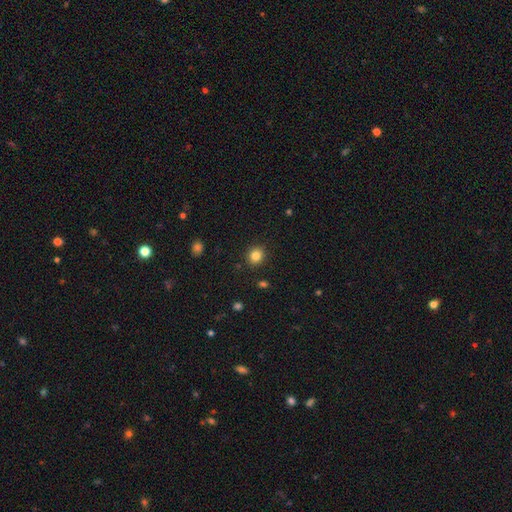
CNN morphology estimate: smooth_or_featured: smooth (p=0.83) [alt: star or artifact p=0.11]
how_rounded: round (p=0.79) [alt: in between p=0.20]
merging: none (p=0.90) [alt: minor disturbance p=0.07]